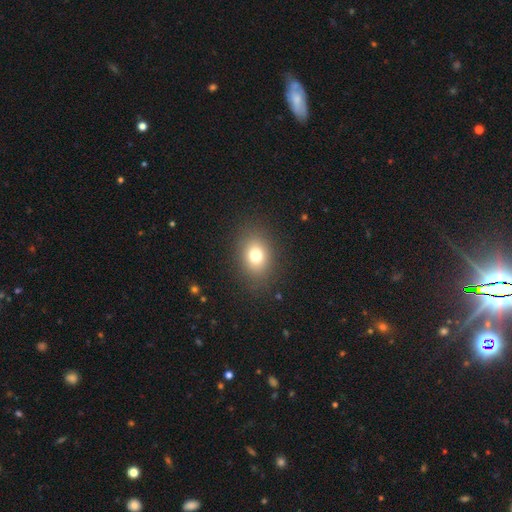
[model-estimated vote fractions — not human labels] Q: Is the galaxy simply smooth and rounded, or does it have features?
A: smooth — 75%.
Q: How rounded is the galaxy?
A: in between — 60%.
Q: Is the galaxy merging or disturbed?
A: none — 86%.